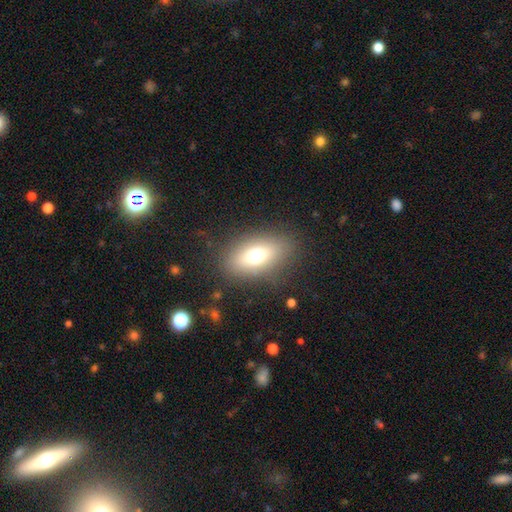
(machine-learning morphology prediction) Overall: smooth (70%). How rounded: in between (82%). Merging: none (82%).